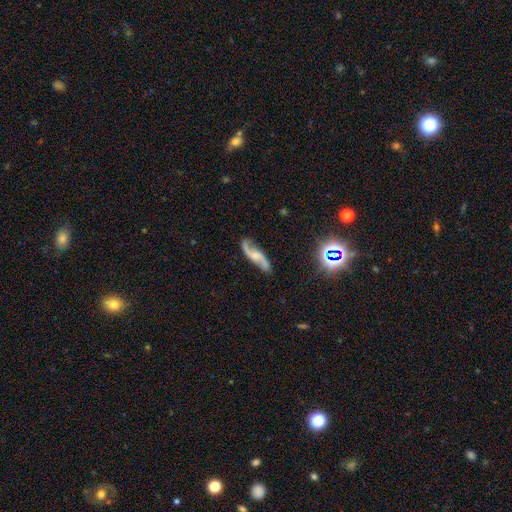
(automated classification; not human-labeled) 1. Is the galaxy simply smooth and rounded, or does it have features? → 84% featured or disk, 10% smooth, 7% star or artifact.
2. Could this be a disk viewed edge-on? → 91% no, 9% yes.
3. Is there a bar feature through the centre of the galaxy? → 56% no, 34% weak, 10% strong.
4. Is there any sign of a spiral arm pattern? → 96% yes, 4% no.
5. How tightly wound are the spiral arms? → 77% loose, 18% medium, 5% tight.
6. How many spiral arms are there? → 93% 2, 2% can't tell, 2% 1, 1% 3, 1% 4, 1% more than 4.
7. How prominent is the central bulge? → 45% small, 37% moderate, 13% none, 3% large, 1% dominant.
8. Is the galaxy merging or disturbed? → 79% none, 14% minor disturbance, 4% major disturbance, 2% merger.